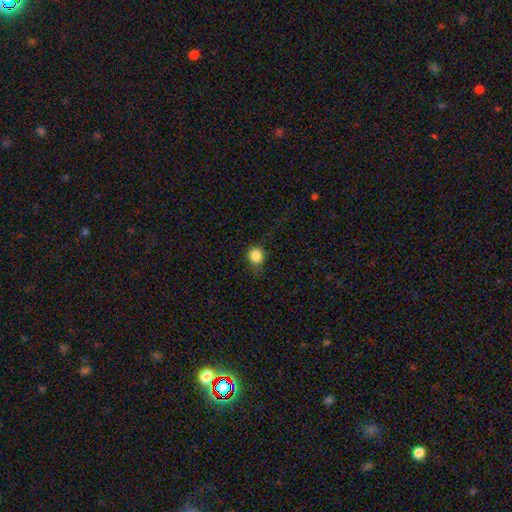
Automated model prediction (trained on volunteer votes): Smooth or featured? Predicted: smooth (p=0.85). How rounded? Predicted: round (p=0.84). Merging? Predicted: none (p=0.74).